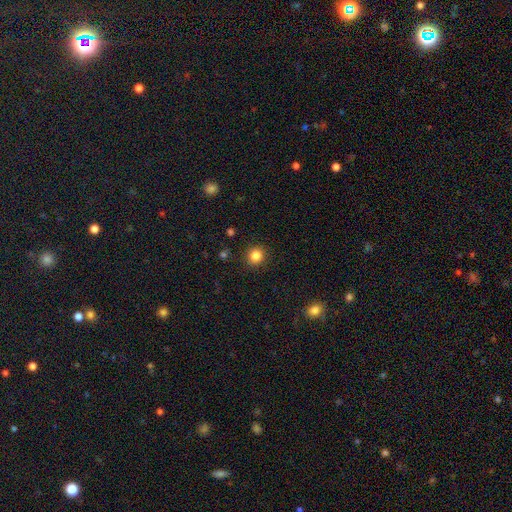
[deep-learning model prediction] smooth_or_featured: smooth (p=0.84) [alt: star or artifact p=0.11]
how_rounded: round (p=0.88) [alt: in between p=0.11]
merging: none (p=0.91) [alt: minor disturbance p=0.06]